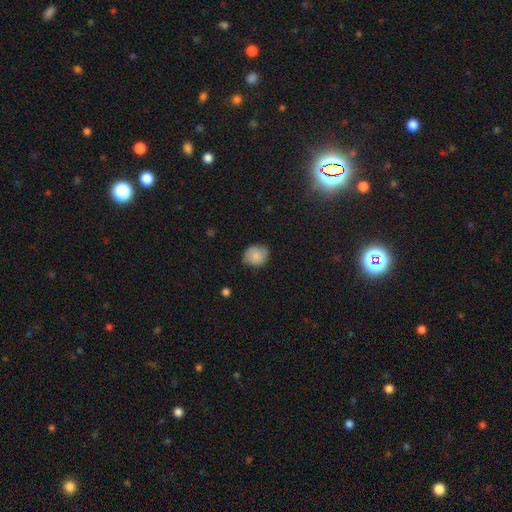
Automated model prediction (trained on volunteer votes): smooth-or-featured: smooth: 78% | featured or disk: 14% | star or artifact: 8%
  how-rounded: round: 65% | in between: 34% | cigar-shaped: 1%
  merging: none: 74% | minor disturbance: 21% | major disturbance: 4% | merger: 1%